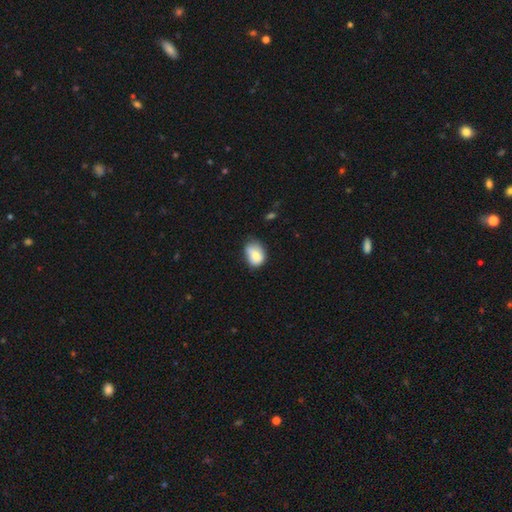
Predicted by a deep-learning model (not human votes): Morphology: type=smooth (75%); roundness=in between (71%); merging=none (45%).